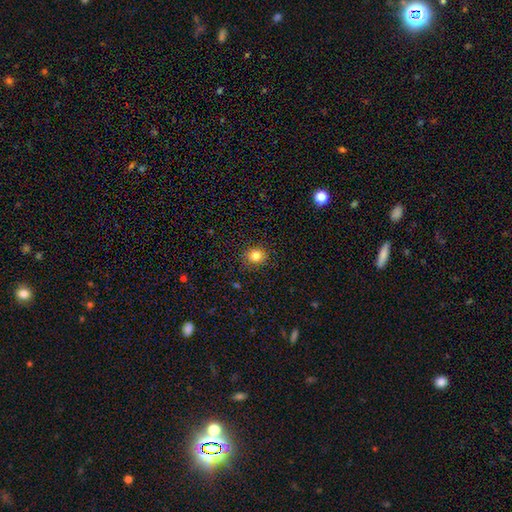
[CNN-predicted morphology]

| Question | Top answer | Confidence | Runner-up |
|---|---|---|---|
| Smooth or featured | smooth | 81% | star or artifact (12%) |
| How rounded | round | 77% | in between (22%) |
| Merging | none | 88% | minor disturbance (8%) |